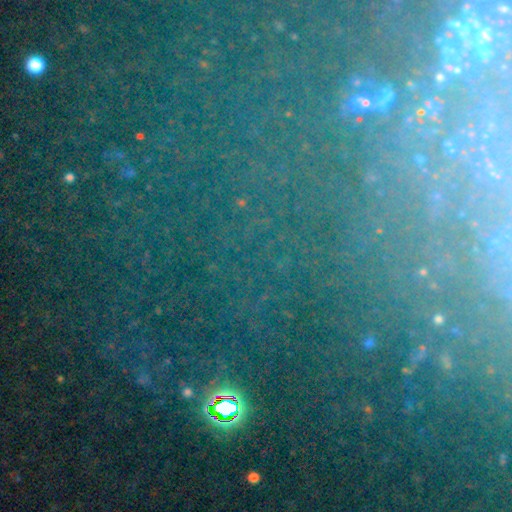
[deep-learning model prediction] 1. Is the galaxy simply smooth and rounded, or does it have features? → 79% star or artifact, 13% smooth, 9% featured or disk.